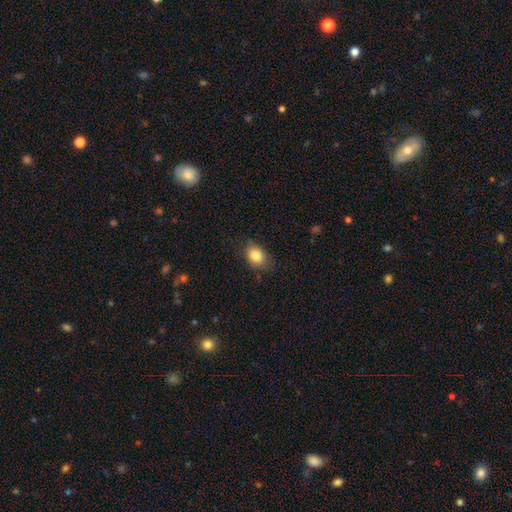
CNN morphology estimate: Q: Smooth or featured?
A: smooth (84%); runner-up: star or artifact (9%)
Q: How rounded?
A: in between (61%); runner-up: round (37%)
Q: Merging?
A: none (76%); runner-up: minor disturbance (19%)